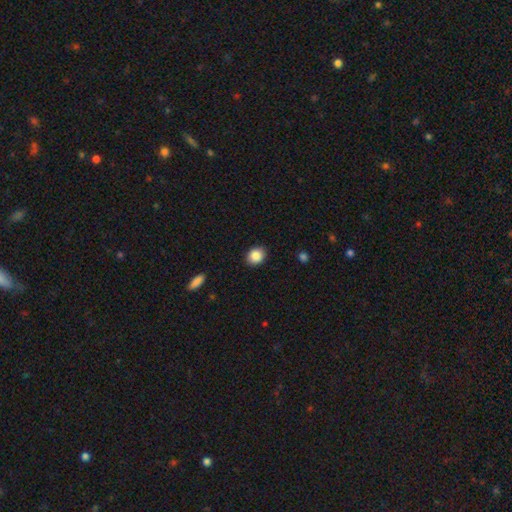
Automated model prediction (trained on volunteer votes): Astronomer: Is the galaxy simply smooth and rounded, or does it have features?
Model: smooth — 87%.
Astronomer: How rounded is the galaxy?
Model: round — 59% (runner-up: in between, 40%).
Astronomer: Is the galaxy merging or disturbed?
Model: none — 89%.